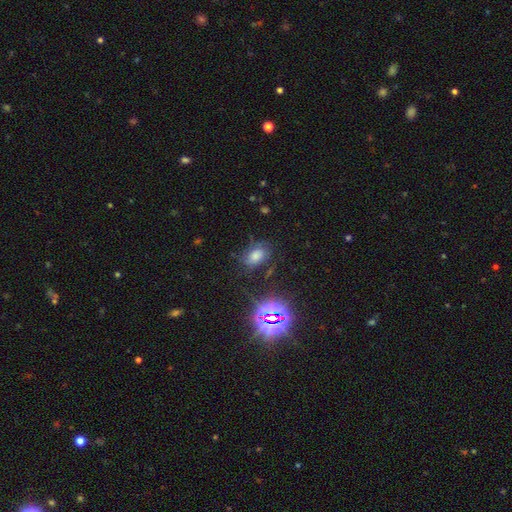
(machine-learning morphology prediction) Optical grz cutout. It shows a smooth galaxy with no disk features (41%). Merging: none (68%).